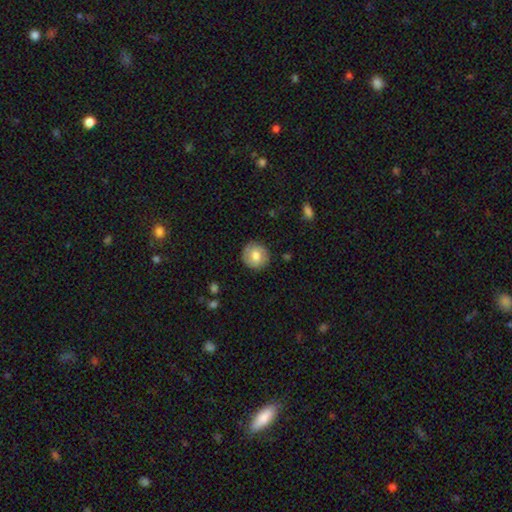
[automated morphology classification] smooth-or-featured: smooth: 66% | featured or disk: 27% | star or artifact: 7%
  how-rounded: round: 91% | in between: 8% | cigar-shaped: 1%
  merging: none: 85% | minor disturbance: 11% | major disturbance: 3% | merger: 1%